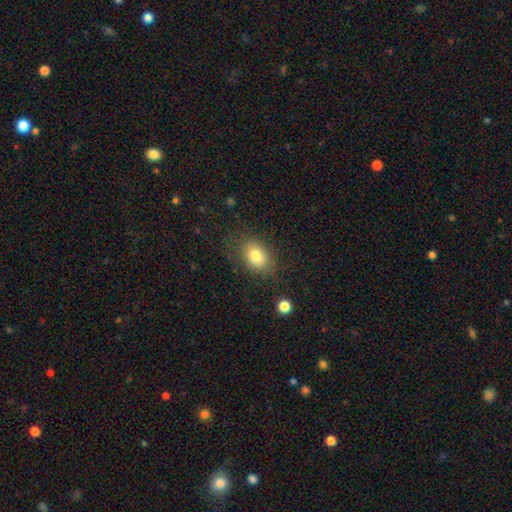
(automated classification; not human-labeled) Smooth or featured? Predicted: smooth (p=0.80). How rounded? Predicted: in between (p=0.76). Merging? Predicted: none (p=0.77).